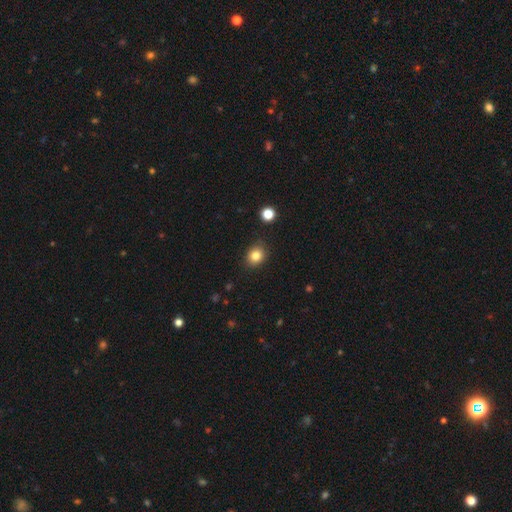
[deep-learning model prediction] Q: Smooth or featured?
A: smooth (83%); runner-up: star or artifact (11%)
Q: How rounded?
A: round (65%); runner-up: in between (35%)
Q: Merging?
A: none (84%); runner-up: minor disturbance (12%)